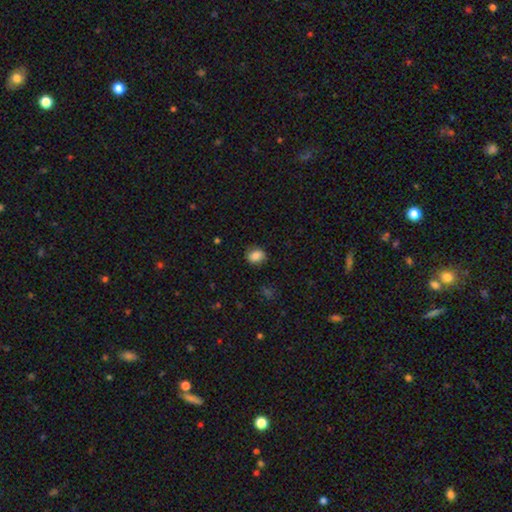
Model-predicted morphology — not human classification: A smooth galaxy with no disk features (84%) that is round (52%). Merging: none (80%).